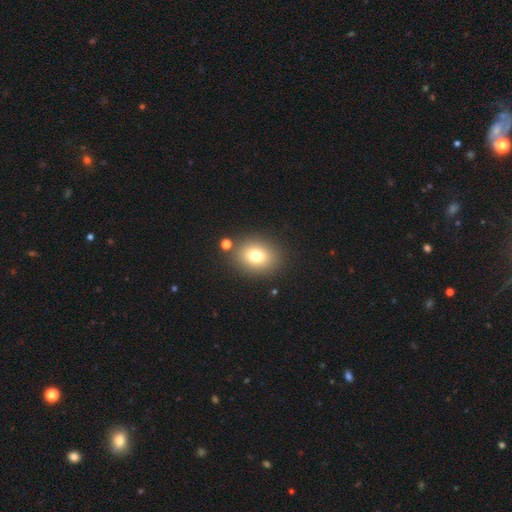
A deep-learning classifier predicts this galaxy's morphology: Smooth or featured? smooth (76%)
How rounded? round (52%)
Merging? none (83%)